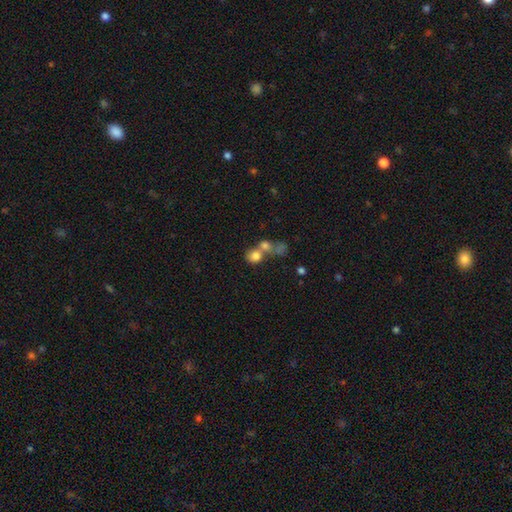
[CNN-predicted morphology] smooth_or_featured: smooth (p=0.75) [alt: featured or disk p=0.13]
how_rounded: round (p=0.76) [alt: in between p=0.23]
merging: merger (p=0.57) [alt: none p=0.30]